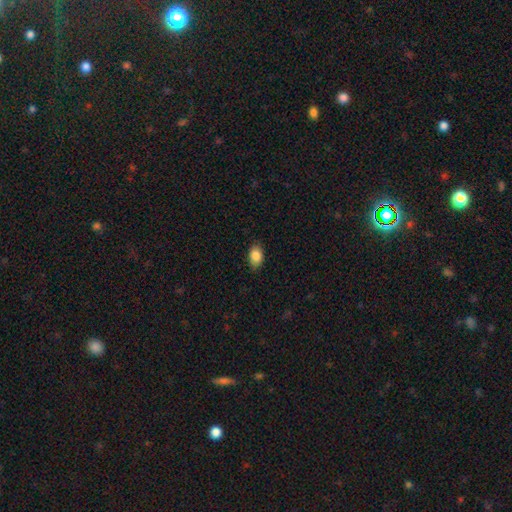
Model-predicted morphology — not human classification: A smooth galaxy with no disk features (86%) that is in between round and cigar-shaped (85%).

Vote fractions:
- Smooth or featured? smooth: 86% / star or artifact: 8% / featured or disk: 6%
- How rounded? in between: 85% / round: 14% / cigar-shaped: 1%
- Merging? none: 84% / minor disturbance: 13% / major disturbance: 3% / merger: 1%